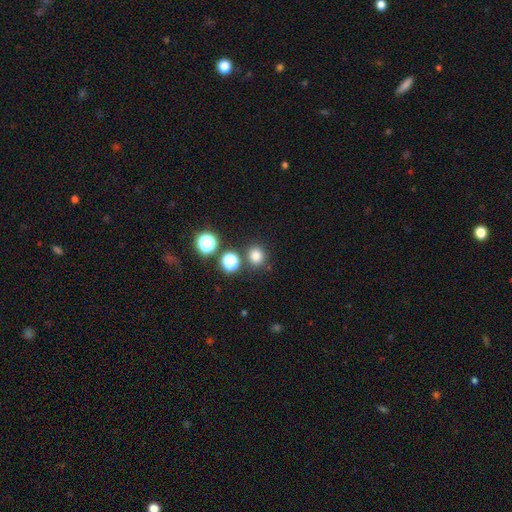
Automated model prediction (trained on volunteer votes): Smooth or featured? Predicted: smooth (p=0.78). How rounded? Predicted: round (p=0.87). Merging? Predicted: none (p=0.82).